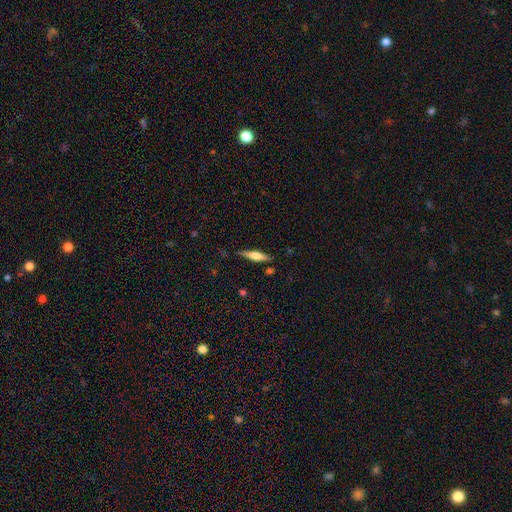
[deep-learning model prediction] featured or disk 48%, smooth 45%, star or artifact 6%. Down the decision tree: merging — none (82%).